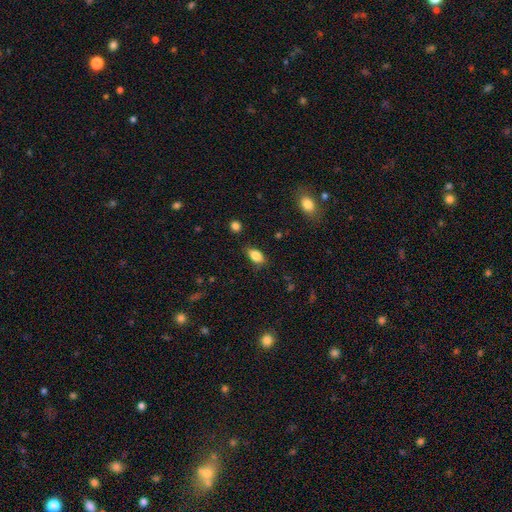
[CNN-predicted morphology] Smooth or featured? smooth (84%)
How rounded? in between (89%)
Merging? none (81%)